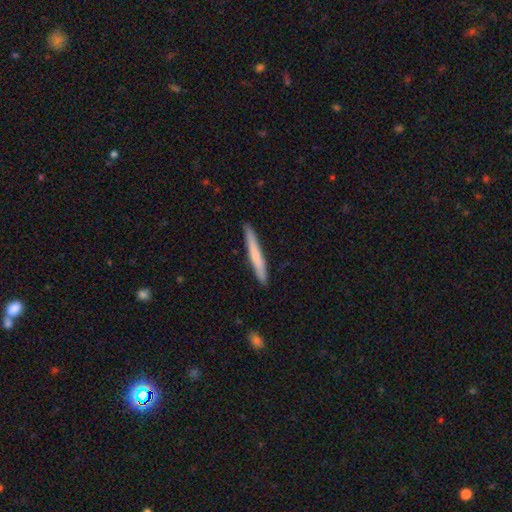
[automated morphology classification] A smooth galaxy with no disk features (62%) that is cigar-shaped (96%).

Vote fractions:
- Smooth or featured? smooth: 62% / featured or disk: 33% / star or artifact: 5%
- How rounded? cigar-shaped: 96% / in between: 2% / round: 1%
- Merging? none: 90% / minor disturbance: 7% / major disturbance: 1% / merger: 1%